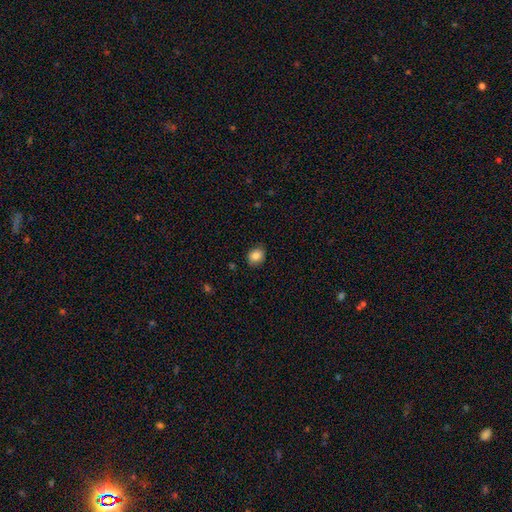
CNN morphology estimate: Smooth or featured?
  - smooth: 86% *
  - star or artifact: 9%
  - featured or disk: 5%
How rounded?
  - round: 56% *
  - in between: 43%
  - cigar-shaped: 1%
Merging?
  - none: 86% *
  - minor disturbance: 10%
  - major disturbance: 2%
  - merger: 1%